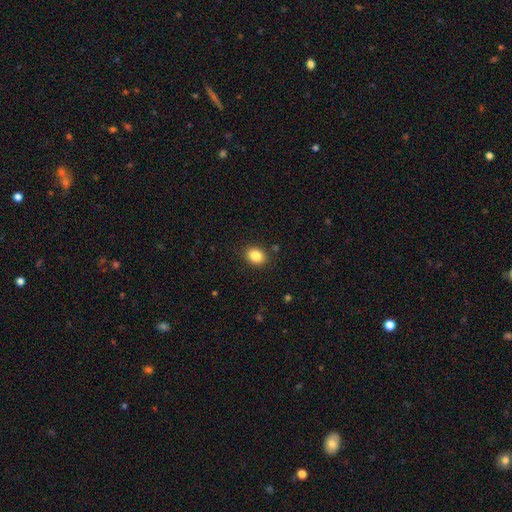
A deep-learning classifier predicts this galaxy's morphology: Smooth or featured?
  - smooth: 85% *
  - star or artifact: 10%
  - featured or disk: 5%
How rounded?
  - in between: 56% *
  - round: 44%
  - cigar-shaped: 1%
Merging?
  - none: 88% *
  - minor disturbance: 8%
  - major disturbance: 2%
  - merger: 1%